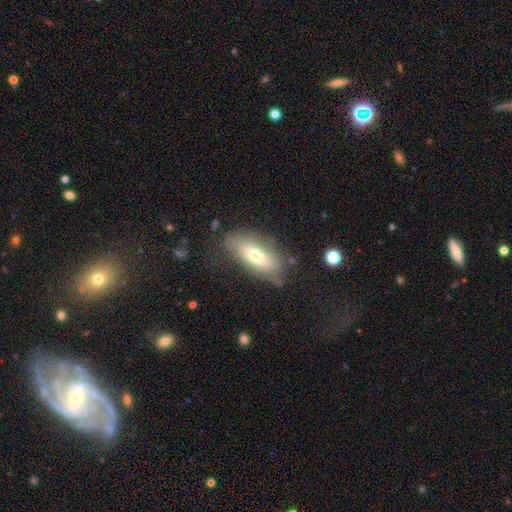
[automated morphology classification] Smooth or featured?
  - smooth: 64% *
  - featured or disk: 28%
  - star or artifact: 8%
How rounded?
  - in between: 80% *
  - cigar-shaped: 17%
  - round: 3%
Merging?
  - none: 67% *
  - minor disturbance: 22%
  - major disturbance: 8%
  - merger: 3%